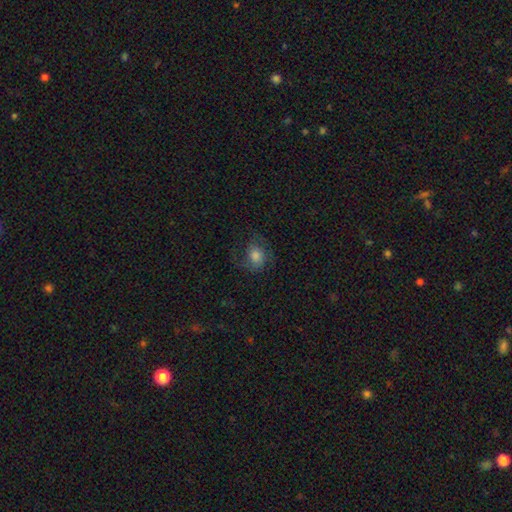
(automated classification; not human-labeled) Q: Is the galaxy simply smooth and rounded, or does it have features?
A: smooth — 58%.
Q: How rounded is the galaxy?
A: round — 56%.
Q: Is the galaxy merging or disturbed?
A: none — 57%.